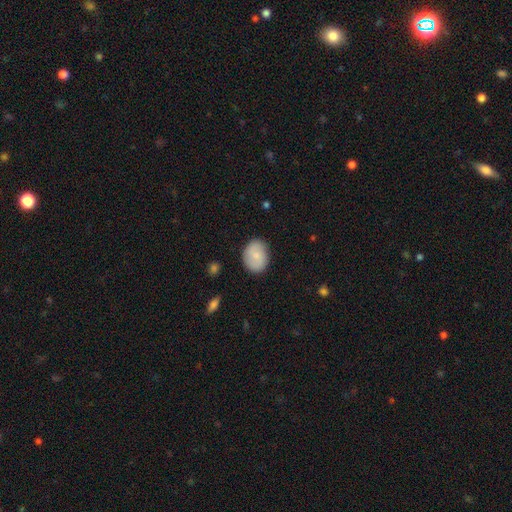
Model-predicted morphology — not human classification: smooth-or-featured: smooth: 75% | featured or disk: 19% | star or artifact: 6%
  how-rounded: in between: 57% | round: 42% | cigar-shaped: 1%
  merging: none: 85% | minor disturbance: 12% | major disturbance: 3% | merger: 1%